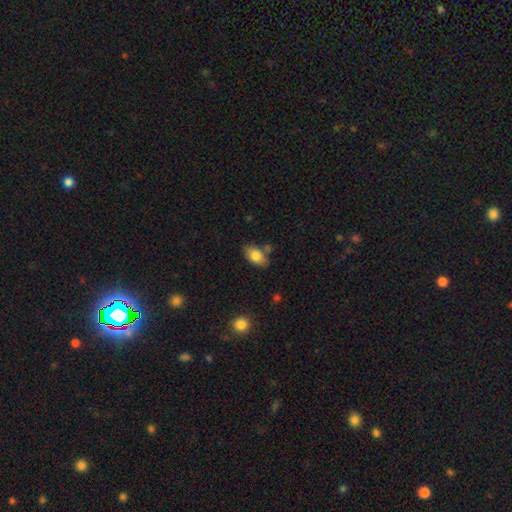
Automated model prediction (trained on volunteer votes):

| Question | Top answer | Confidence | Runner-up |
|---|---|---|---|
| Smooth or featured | smooth | 81% | featured or disk (12%) |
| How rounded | in between | 90% | round (7%) |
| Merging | none | 71% | minor disturbance (17%) |